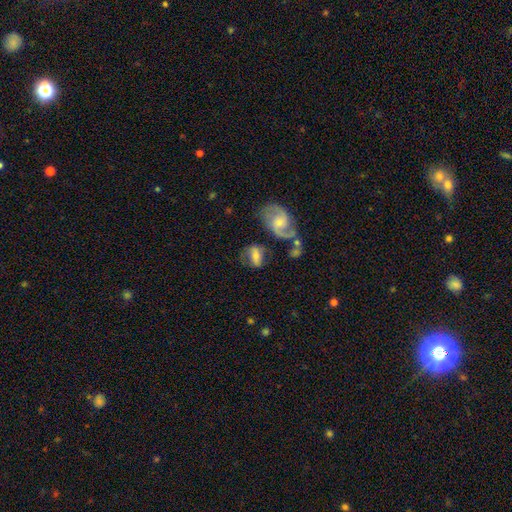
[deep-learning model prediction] This appears to be a featured or disk galaxy (50%). Merging: none (52%).